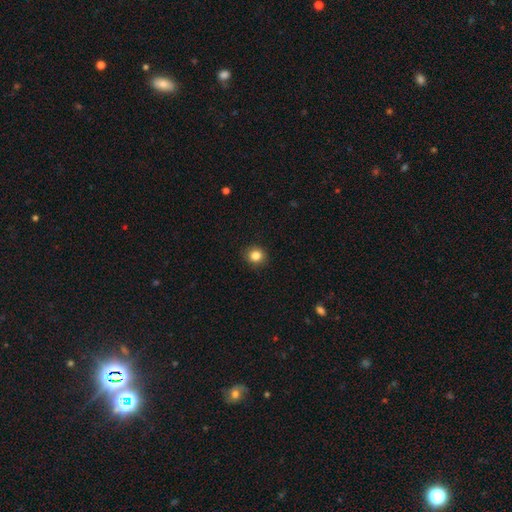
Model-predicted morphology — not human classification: Smooth or featured?
  - smooth: 84% *
  - star or artifact: 11%
  - featured or disk: 5%
How rounded?
  - round: 85% *
  - in between: 14%
  - cigar-shaped: 1%
Merging?
  - none: 90% *
  - minor disturbance: 7%
  - major disturbance: 2%
  - merger: 1%